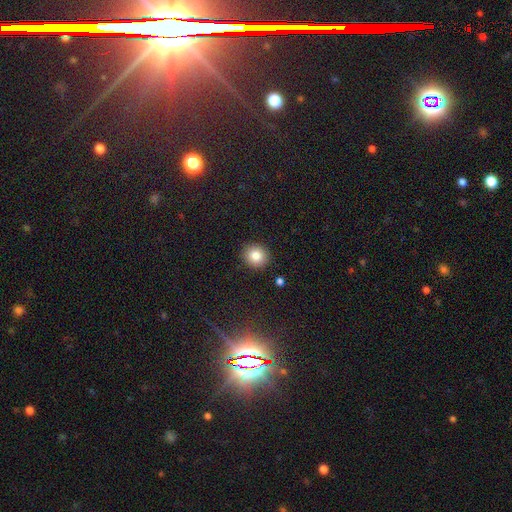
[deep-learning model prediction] A smooth galaxy with no disk features (84%) that is round (85%).

Vote fractions:
- Smooth or featured? smooth: 84% / star or artifact: 10% / featured or disk: 6%
- How rounded? round: 85% / in between: 14% / cigar-shaped: 1%
- Merging? none: 90% / minor disturbance: 6% / major disturbance: 2% / merger: 1%